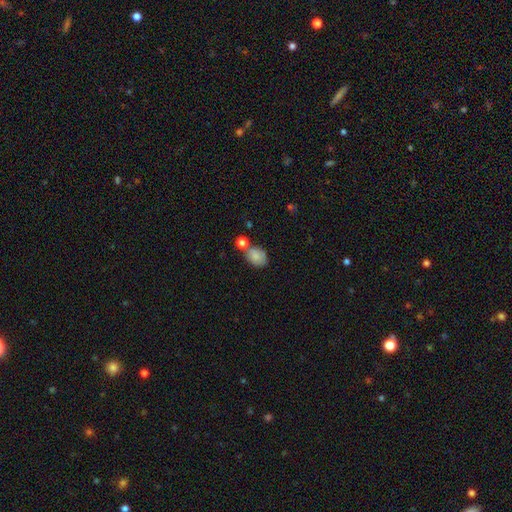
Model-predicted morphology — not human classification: Smooth or featured? smooth (82%)
How rounded? in between (73%)
Merging? none (52%)